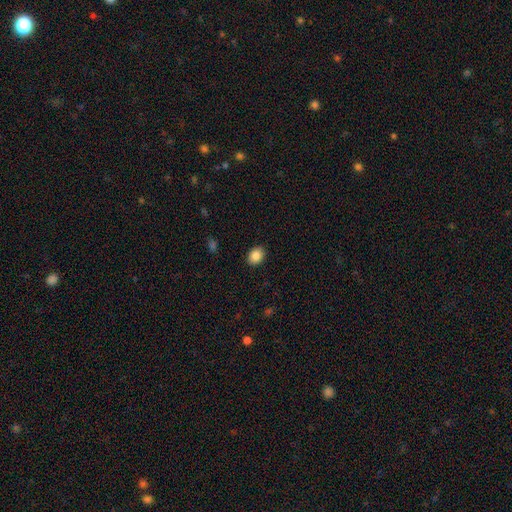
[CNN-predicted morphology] Smooth or featured: smooth — 87% (star or artifact — 8%)
How rounded: in between — 56% (round — 43%)
Merging: none — 90% (minor disturbance — 8%)